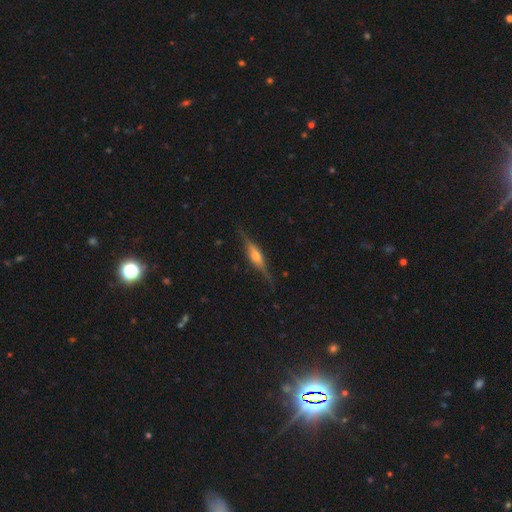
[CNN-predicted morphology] A featured or disk galaxy (74%) viewed edge-on (96%) with a rounded central bulge (80%). Merging: none (83%).